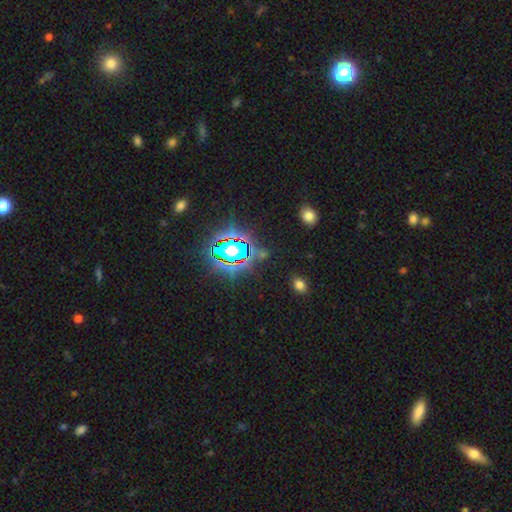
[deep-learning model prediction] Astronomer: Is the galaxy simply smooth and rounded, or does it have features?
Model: star or artifact — 74%.